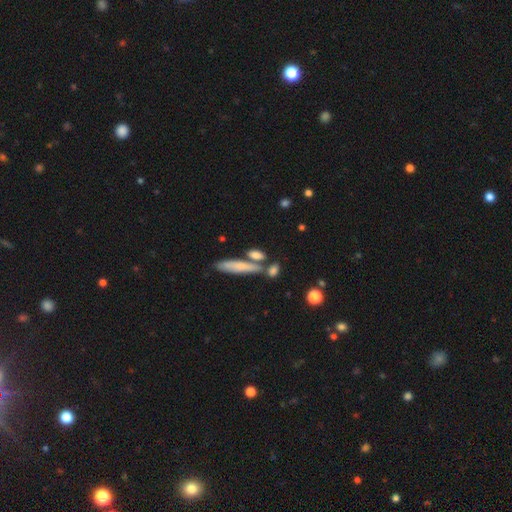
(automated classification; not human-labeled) Smooth or featured? Predicted: smooth (p=0.74). How rounded? Predicted: cigar-shaped (p=0.50). Merging? Predicted: none (p=0.58).